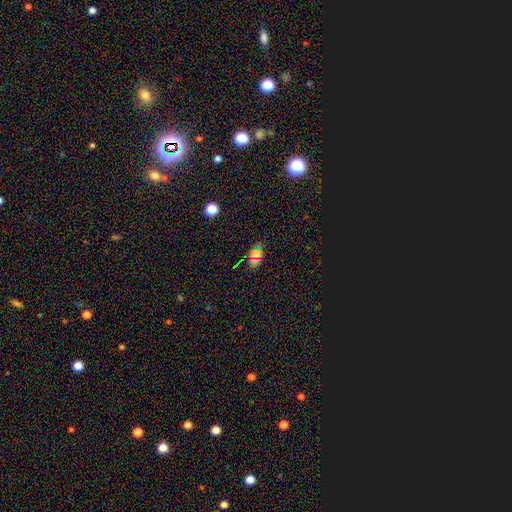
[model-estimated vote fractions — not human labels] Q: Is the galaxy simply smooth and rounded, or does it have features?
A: smooth — 60%.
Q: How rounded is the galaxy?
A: in between — 81%.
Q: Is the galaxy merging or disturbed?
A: none — 83%.